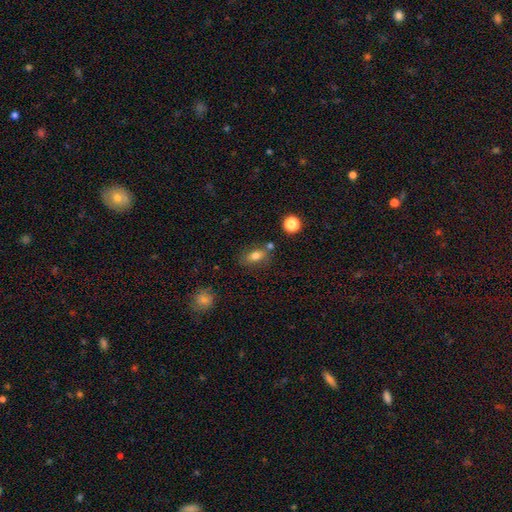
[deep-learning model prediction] Smooth or featured? Predicted: smooth (p=0.75). How rounded? Predicted: in between (p=0.77). Merging? Predicted: none (p=0.70).